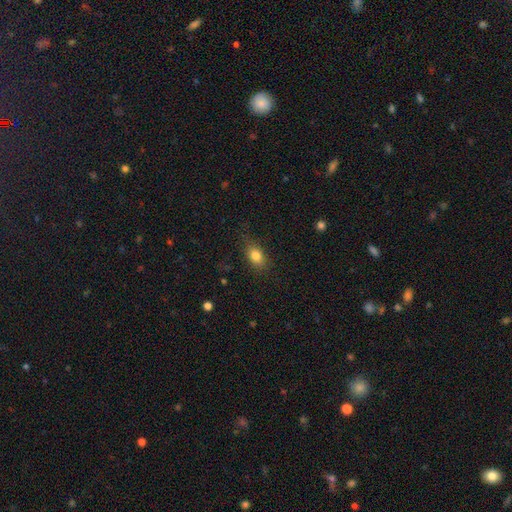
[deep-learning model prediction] smooth_or_featured: smooth (p=0.83) [alt: star or artifact p=0.10]
how_rounded: in between (p=0.79) [alt: round p=0.18]
merging: none (p=0.79) [alt: minor disturbance p=0.16]